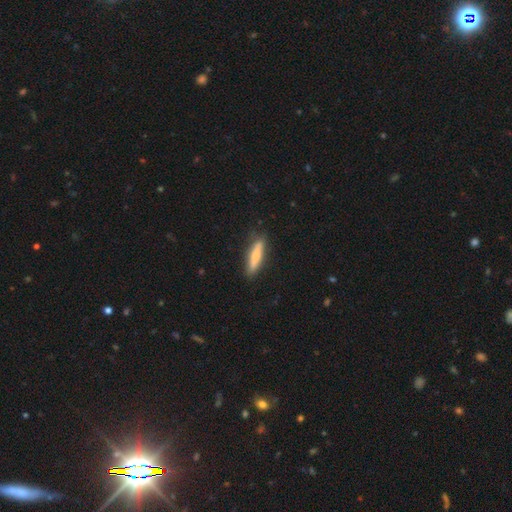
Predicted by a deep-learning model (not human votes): Smooth or featured?
  - smooth: 68% *
  - featured or disk: 26%
  - star or artifact: 6%
How rounded?
  - cigar-shaped: 84% *
  - in between: 14%
  - round: 2%
Merging?
  - none: 86% *
  - minor disturbance: 11%
  - major disturbance: 2%
  - merger: 1%